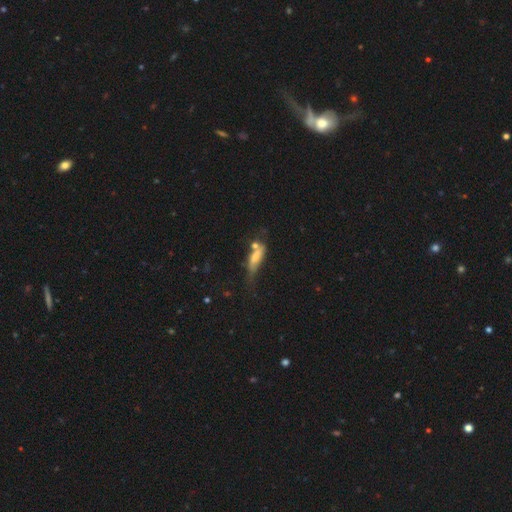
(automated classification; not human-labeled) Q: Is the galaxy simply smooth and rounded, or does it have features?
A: smooth — 60%.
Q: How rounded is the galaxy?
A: in between — 52%.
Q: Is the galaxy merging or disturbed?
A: none — 29%.